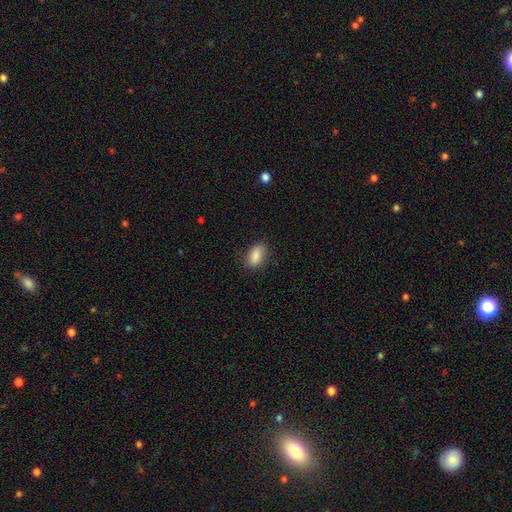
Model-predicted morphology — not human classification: Smooth or featured? smooth (85%)
How rounded? in between (89%)
Merging? none (80%)